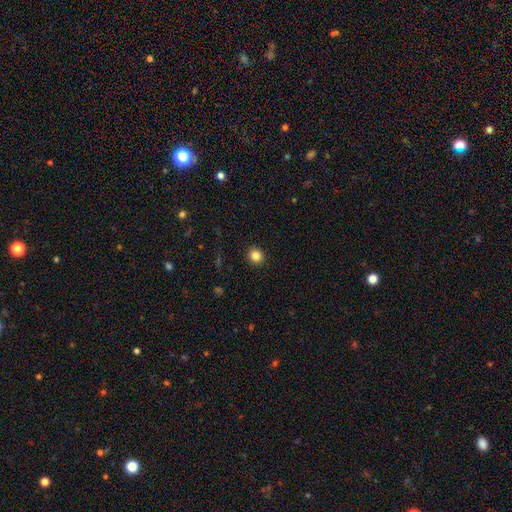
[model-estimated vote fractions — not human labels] smooth 83%, star or artifact 11%, featured or disk 5%. Down the decision tree: how rounded — round (87%); merging — none (92%).